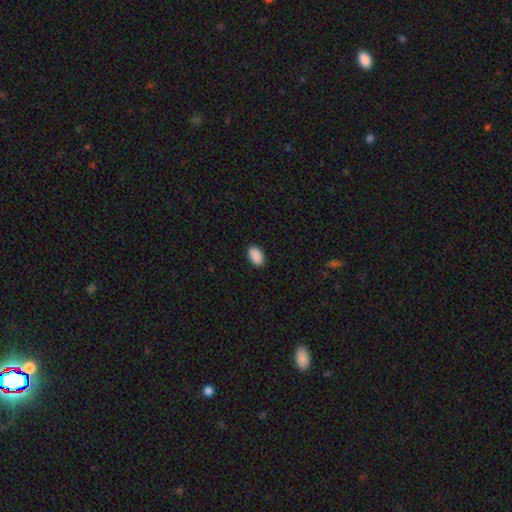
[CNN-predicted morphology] This is clearly a smooth galaxy (91%). How rounded: clearly in between (93%). Merging: clearly none (90%).